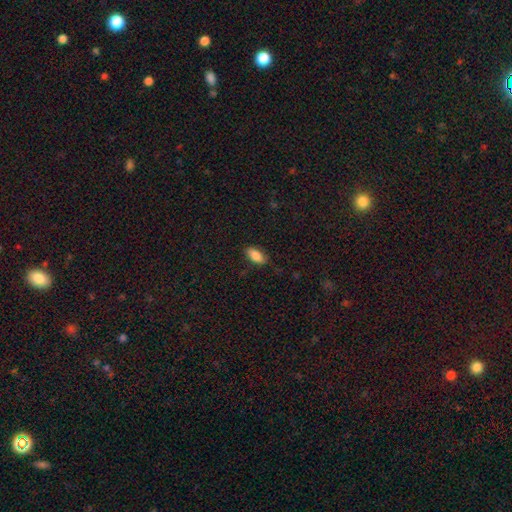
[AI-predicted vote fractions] The model was most divided on "merging": none: 82%, minor disturbance: 13%, major disturbance: 3%, merger: 1%. More confident: how rounded — in between (88%); smooth or featured — smooth (85%).